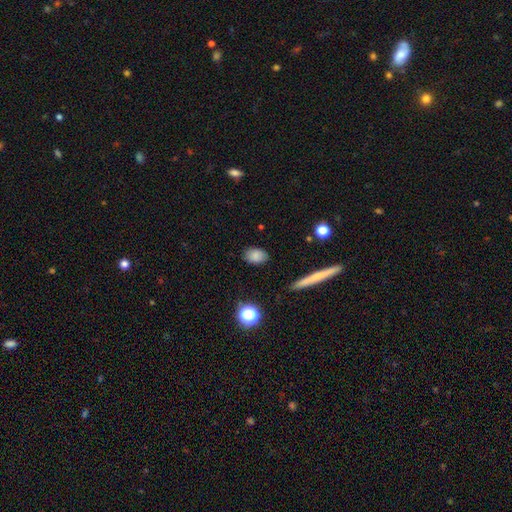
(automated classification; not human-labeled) This is clearly a smooth galaxy (83%). How rounded: clearly in between (82%). Merging: clearly none (85%).